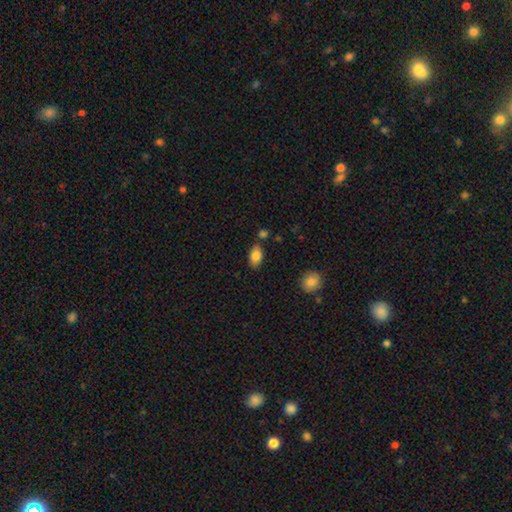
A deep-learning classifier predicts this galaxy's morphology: type=smooth (84%); roundness=in between (91%); merging=none (77%).